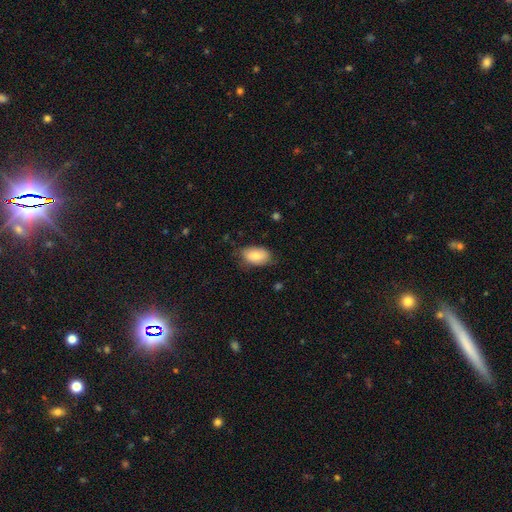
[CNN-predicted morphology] smooth 79%, featured or disk 14%, star or artifact 7%. Down the decision tree: how rounded — in between (92%); merging — none (71%).